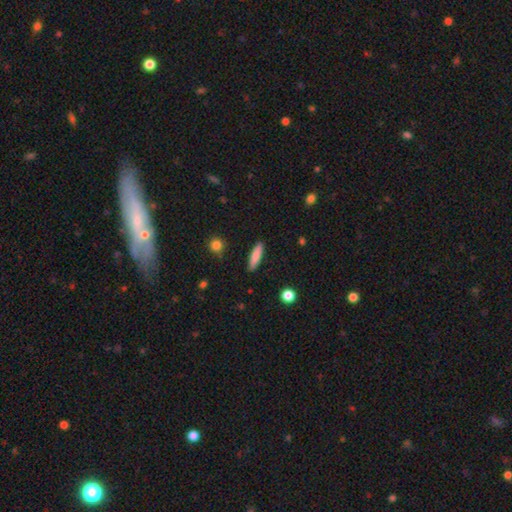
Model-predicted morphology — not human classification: smooth-or-featured: smooth: 83% | featured or disk: 11% | star or artifact: 6%
  how-rounded: cigar-shaped: 76% | in between: 22% | round: 2%
  merging: none: 90% | minor disturbance: 7% | major disturbance: 2% | merger: 1%